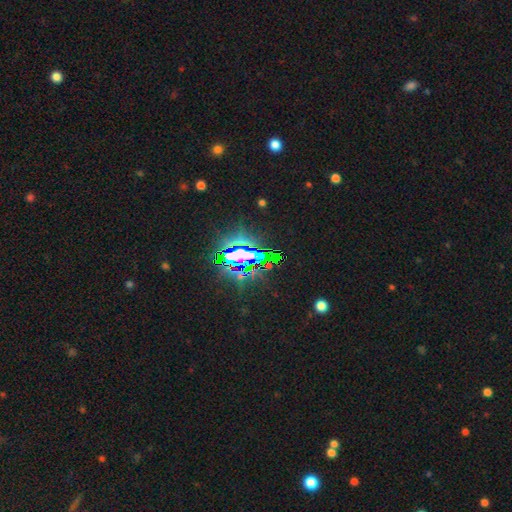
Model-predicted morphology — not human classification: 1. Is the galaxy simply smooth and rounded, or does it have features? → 81% star or artifact, 10% featured or disk, 9% smooth.